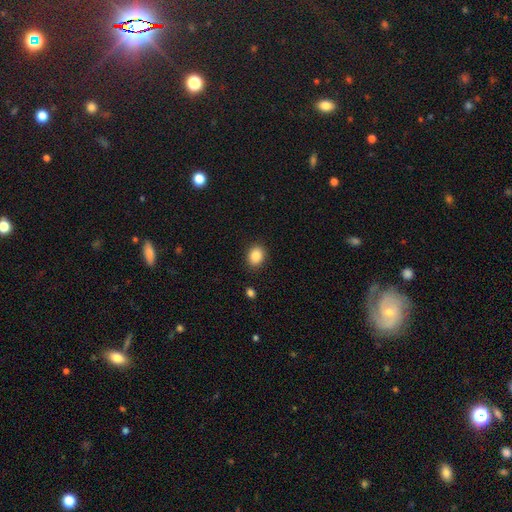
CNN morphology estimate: smooth_or_featured: smooth (p=0.87) [alt: star or artifact p=0.09]
how_rounded: in between (p=0.50) [alt: round p=0.49]
merging: none (p=0.88) [alt: minor disturbance p=0.08]